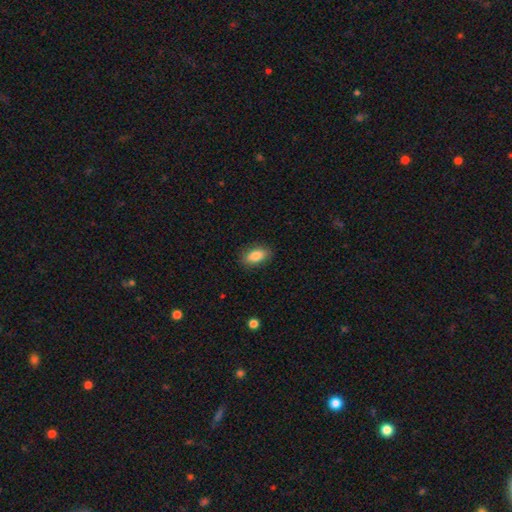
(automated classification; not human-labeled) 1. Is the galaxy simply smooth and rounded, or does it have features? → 86% smooth, 7% featured or disk, 7% star or artifact.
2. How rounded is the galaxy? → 90% in between, 6% cigar-shaped, 5% round.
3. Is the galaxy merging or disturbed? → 87% none, 10% minor disturbance, 3% major disturbance, 1% merger.